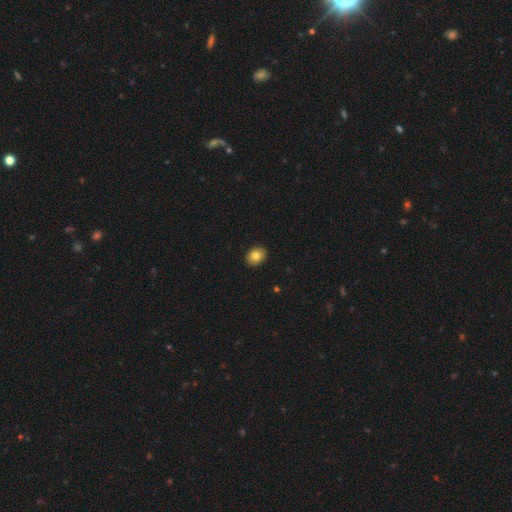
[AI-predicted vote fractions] smooth 82%, star or artifact 9%, featured or disk 9%. Down the decision tree: how rounded — round (53%); merging — none (92%).